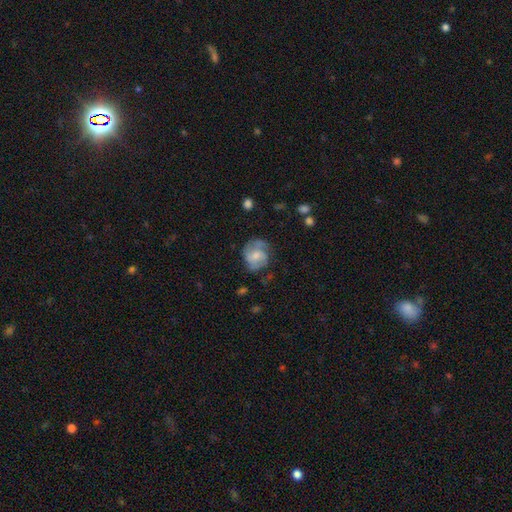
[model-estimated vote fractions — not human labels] Smooth or featured?
  - featured or disk: 50% *
  - smooth: 43%
  - star or artifact: 7%
Merging?
  - none: 58% *
  - minor disturbance: 26%
  - major disturbance: 14%
  - merger: 2%